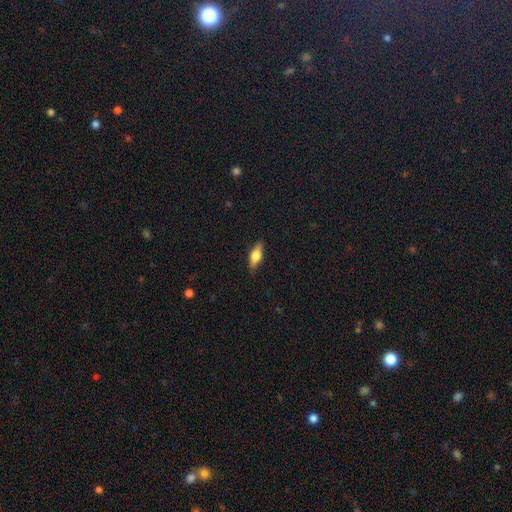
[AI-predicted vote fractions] This is possibly a smooth galaxy (47%). Merging: clearly none (86%).